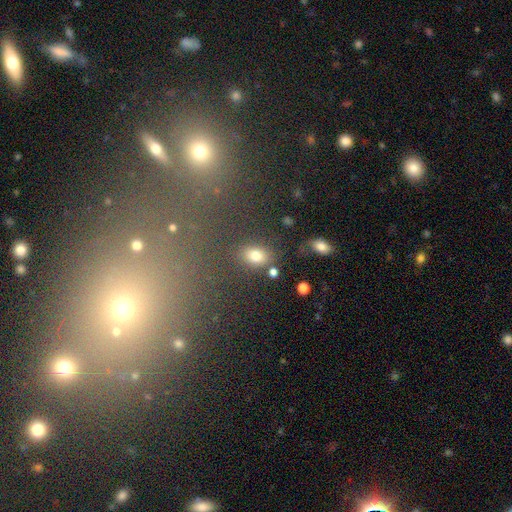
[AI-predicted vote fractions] This appears to be a smooth galaxy with no disk features (78%) that is in between round and cigar-shaped (75%). Merging: none (76%).